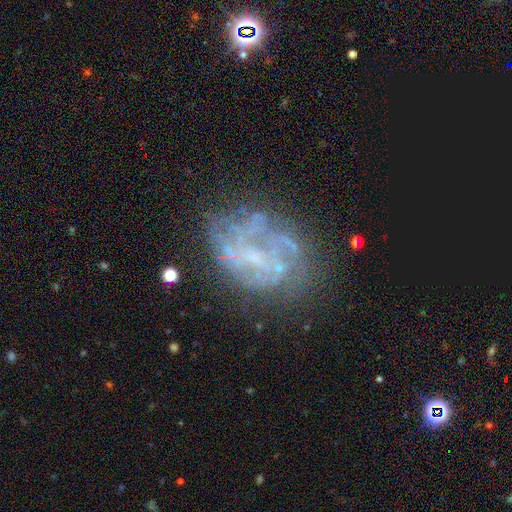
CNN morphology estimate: Smooth or featured? featured or disk (72%)
Edge-on disk? no (98%)
Bar? no (68%)
Spiral arms? yes (54%)
Bulge size? none (47%)
Merging? none (58%)